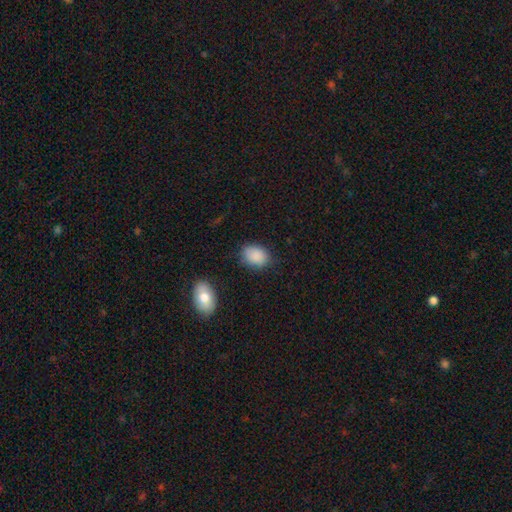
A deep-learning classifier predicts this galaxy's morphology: smooth-or-featured: smooth: 88% | star or artifact: 8% | featured or disk: 5%
  how-rounded: in between: 72% | round: 27% | cigar-shaped: 1%
  merging: none: 73% | minor disturbance: 20% | major disturbance: 5% | merger: 2%